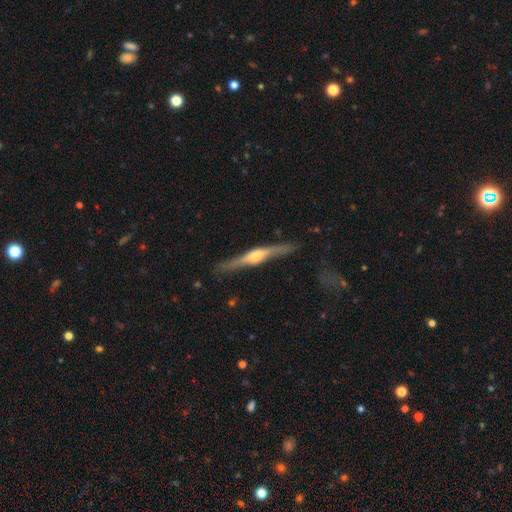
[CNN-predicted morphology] A featured or disk galaxy (76%) viewed edge-on (97%) with a rounded central bulge (89%). Merging: none (85%).